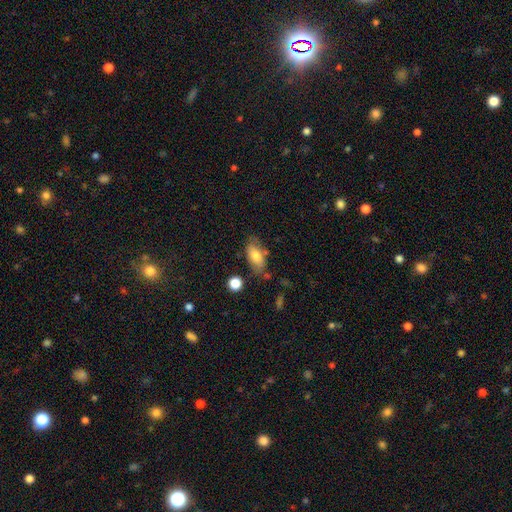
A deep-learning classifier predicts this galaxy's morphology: This appears to be a smooth galaxy with no disk features (74%) that is in between round and cigar-shaped (89%). Merging: none (67%).